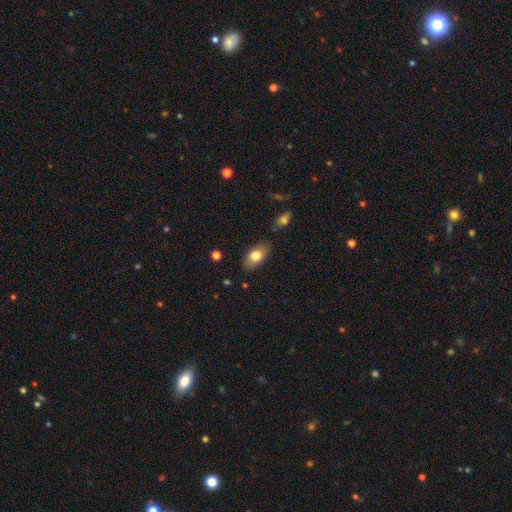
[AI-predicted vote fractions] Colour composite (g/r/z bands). It shows a smooth galaxy with no disk features (78%) that is in between round and cigar-shaped (88%). Merging: none (80%).